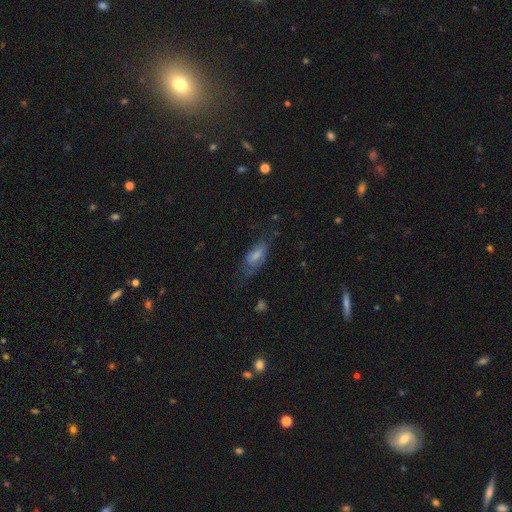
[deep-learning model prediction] smooth_or_featured: smooth (p=0.64) [alt: featured or disk p=0.27]
how_rounded: in between (p=0.77) [alt: cigar-shaped p=0.20]
merging: none (p=0.43) [alt: minor disturbance p=0.31]